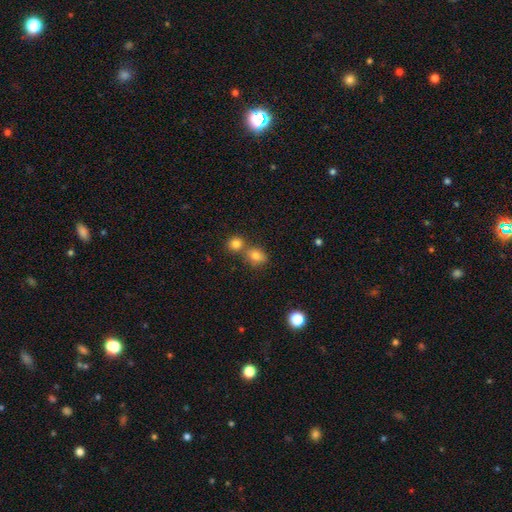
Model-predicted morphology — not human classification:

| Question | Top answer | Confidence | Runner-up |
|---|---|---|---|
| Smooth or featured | smooth | 78% | star or artifact (13%) |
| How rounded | round | 55% | in between (44%) |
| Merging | none | 51% | merger (35%) |